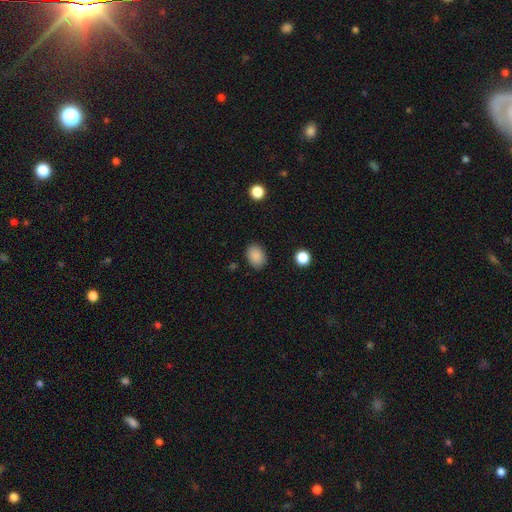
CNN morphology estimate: Smooth or featured: smooth — 88% (star or artifact — 9%)
How rounded: in between — 72% (round — 27%)
Merging: none — 87% (minor disturbance — 9%)